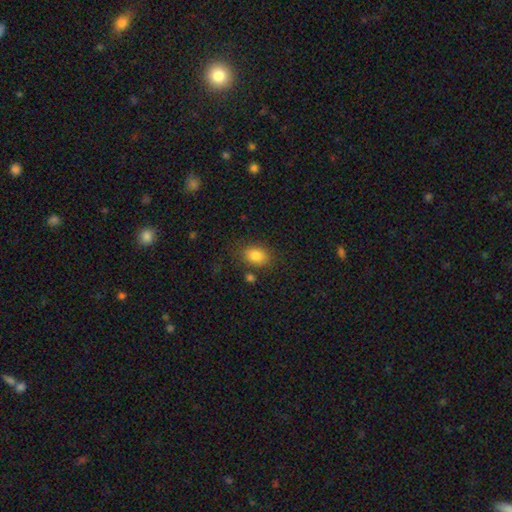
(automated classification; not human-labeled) Smooth or featured? smooth (84%)
How rounded? in between (78%)
Merging? none (77%)